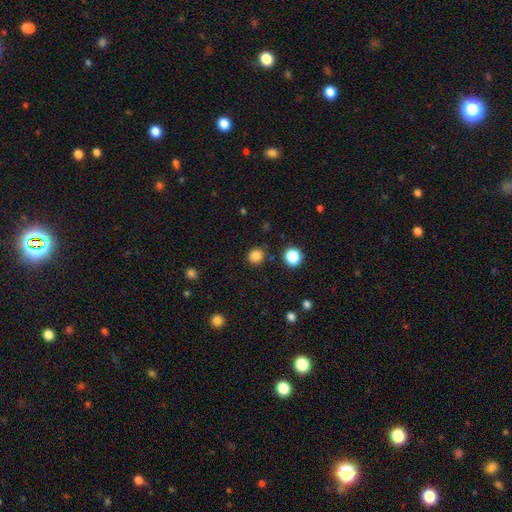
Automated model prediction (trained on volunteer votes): A smooth galaxy with no disk features (83%) that is round (88%). Merging: none (87%).